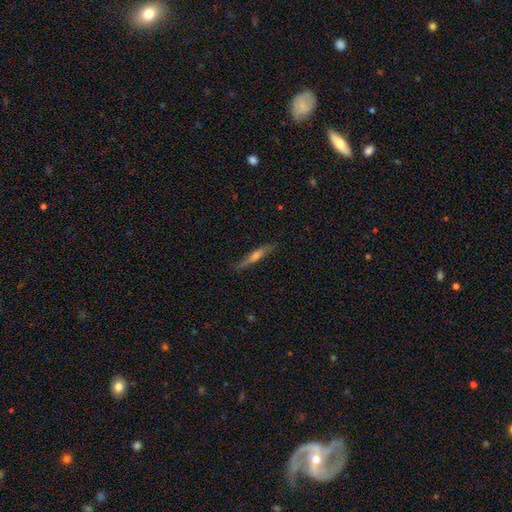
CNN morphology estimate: Smooth or featured?
  - featured or disk: 59% *
  - smooth: 35%
  - star or artifact: 7%
Edge-on disk?
  - yes: 95% *
  - no: 5%
Edge-on bulge?
  - rounded: 74% *
  - none: 16%
  - boxy: 10%
Merging?
  - none: 84% *
  - minor disturbance: 12%
  - major disturbance: 2%
  - merger: 1%